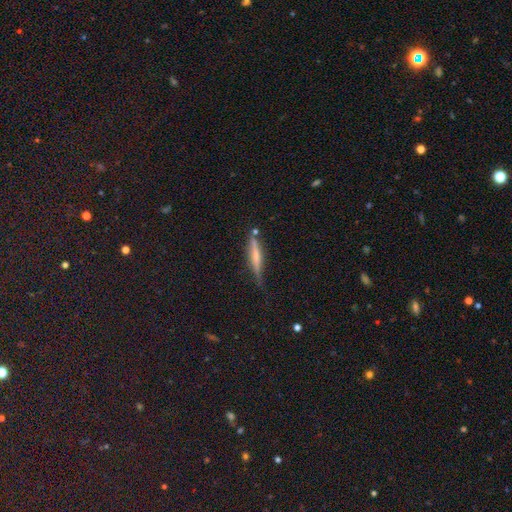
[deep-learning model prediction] smooth_or_featured: featured or disk (p=0.51) [alt: smooth p=0.41]
disk_edge_on: yes (p=0.93) [alt: no p=0.07]
merging: none (p=0.64) [alt: minor disturbance p=0.24]